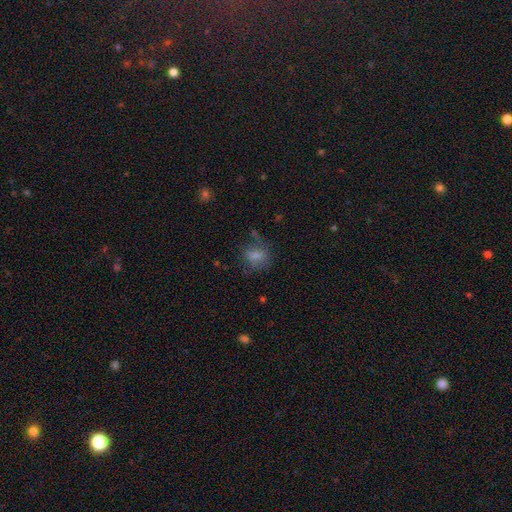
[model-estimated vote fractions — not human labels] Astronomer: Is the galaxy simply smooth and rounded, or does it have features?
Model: smooth — 67%.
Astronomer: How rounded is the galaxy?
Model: in between — 57% (runner-up: round, 41%).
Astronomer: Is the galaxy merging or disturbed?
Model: none — 49%.